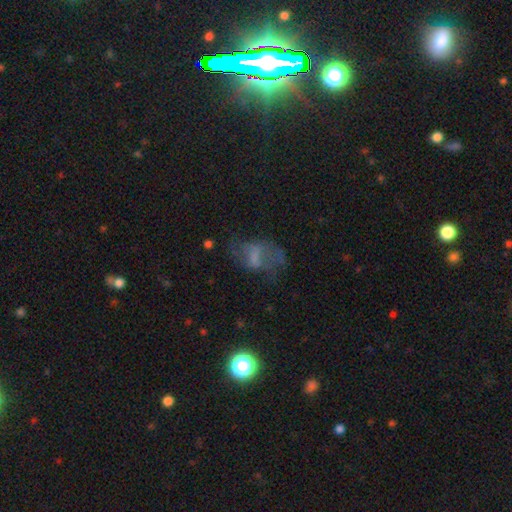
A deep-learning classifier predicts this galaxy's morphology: Q: Smooth or featured?
A: featured or disk (43%); runner-up: smooth (39%)
Q: Merging?
A: none (41%); runner-up: major disturbance (35%)